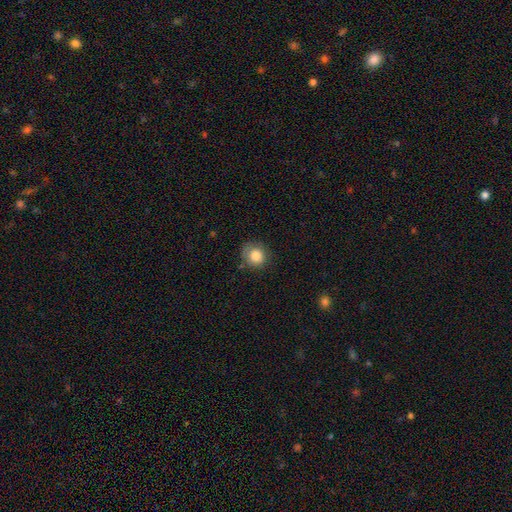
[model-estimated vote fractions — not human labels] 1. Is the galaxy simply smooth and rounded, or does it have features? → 82% smooth, 9% featured or disk, 9% star or artifact.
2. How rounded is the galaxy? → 82% round, 17% in between, 1% cigar-shaped.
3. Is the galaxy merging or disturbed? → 69% none, 22% minor disturbance, 7% major disturbance, 3% merger.